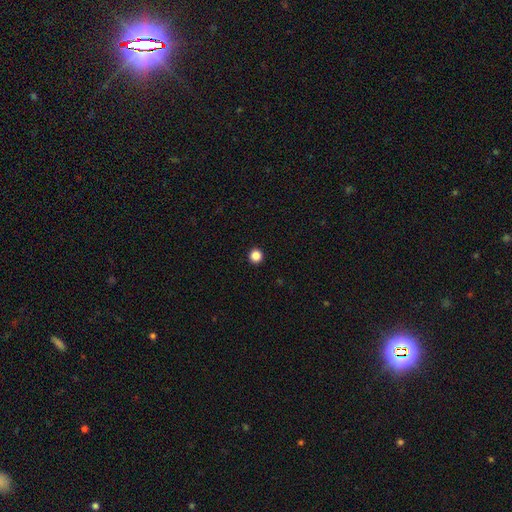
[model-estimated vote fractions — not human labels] smooth-or-featured: smooth: 86% | star or artifact: 11% | featured or disk: 3%
  how-rounded: round: 96% | in between: 3% | cigar-shaped: 1%
  merging: none: 95% | minor disturbance: 3% | major disturbance: 1% | merger: 1%